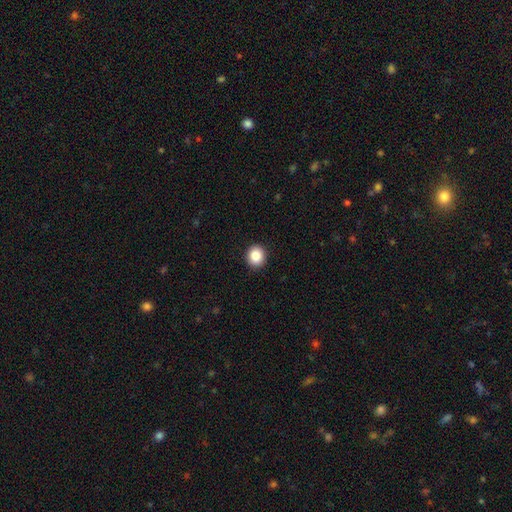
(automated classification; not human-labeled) The model was most divided on "how rounded": round: 78%, in between: 21%, cigar-shaped: 1%. More confident: merging — none (92%); smooth or featured — smooth (86%).